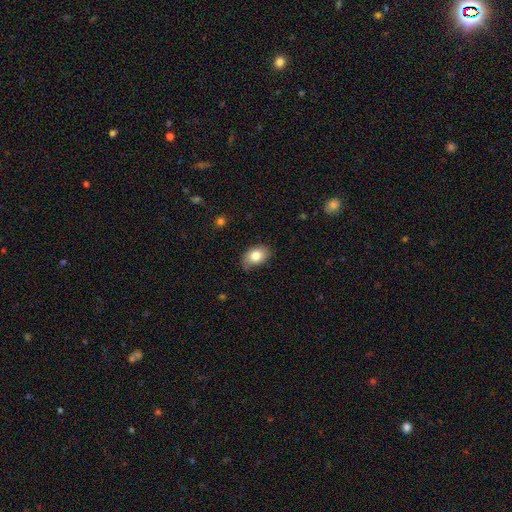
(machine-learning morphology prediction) smooth_or_featured: smooth (p=0.79) [alt: featured or disk p=0.14]
how_rounded: in between (p=0.82) [alt: round p=0.16]
merging: none (p=0.63) [alt: minor disturbance p=0.28]